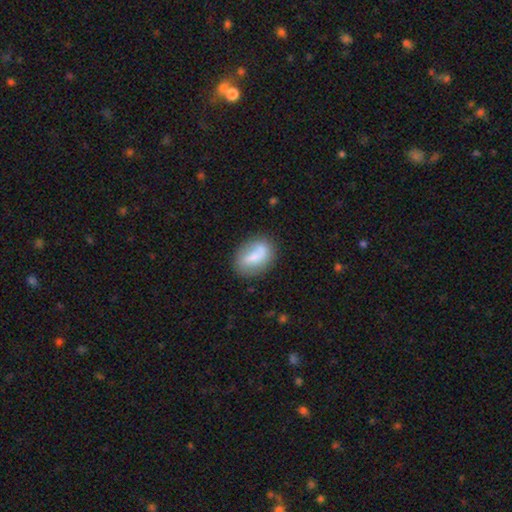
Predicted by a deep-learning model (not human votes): The model was most divided on "smooth or featured": smooth: 66%, featured or disk: 26%, star or artifact: 7%. More confident: how rounded — in between (79%); merging — none (63%).